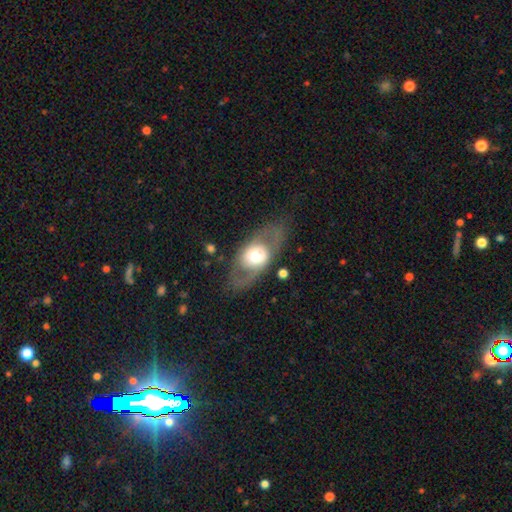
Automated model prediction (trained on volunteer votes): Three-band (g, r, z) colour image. It shows a featured or disk galaxy (58%). Merging: none (71%).